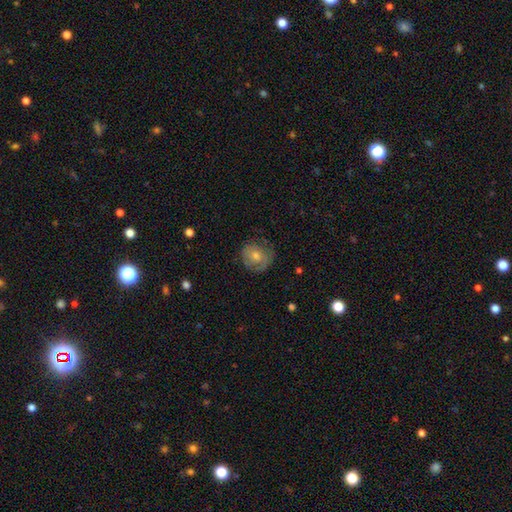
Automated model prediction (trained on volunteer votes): Smooth or featured? smooth (46%)
Merging? none (72%)